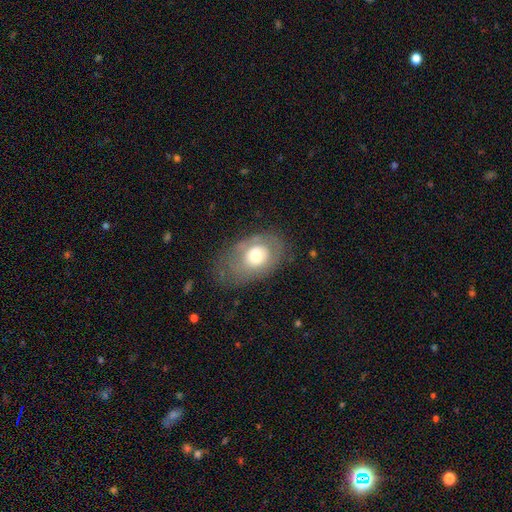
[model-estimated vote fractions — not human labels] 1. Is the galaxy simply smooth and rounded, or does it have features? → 53% smooth, 39% featured or disk, 8% star or artifact.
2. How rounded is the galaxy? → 74% in between, 25% round, 1% cigar-shaped.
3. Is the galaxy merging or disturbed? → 62% none, 20% minor disturbance, 16% major disturbance, 2% merger.